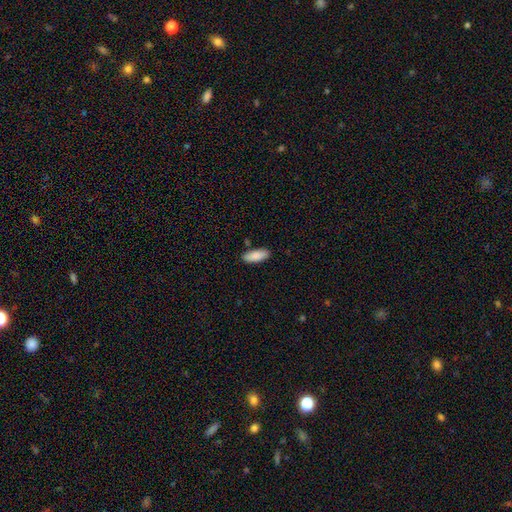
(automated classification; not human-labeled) smooth_or_featured: smooth (p=0.88) [alt: star or artifact p=0.06]
how_rounded: in between (p=0.77) [alt: cigar-shaped p=0.21]
merging: none (p=0.84) [alt: minor disturbance p=0.11]